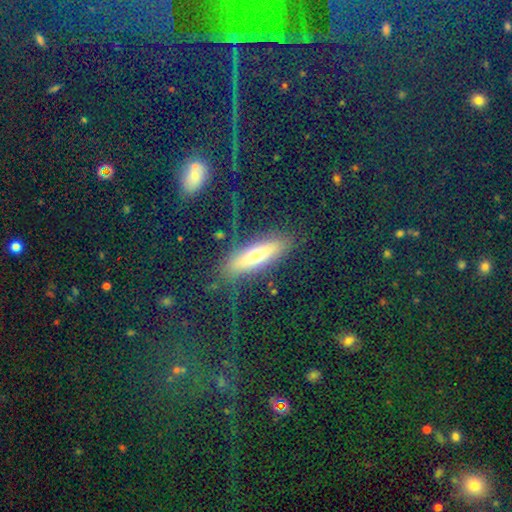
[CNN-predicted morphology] Overall: smooth (54%; featured or disk 33%). How rounded: cigar-shaped (53%; in between 41%). Merging: none (70%).